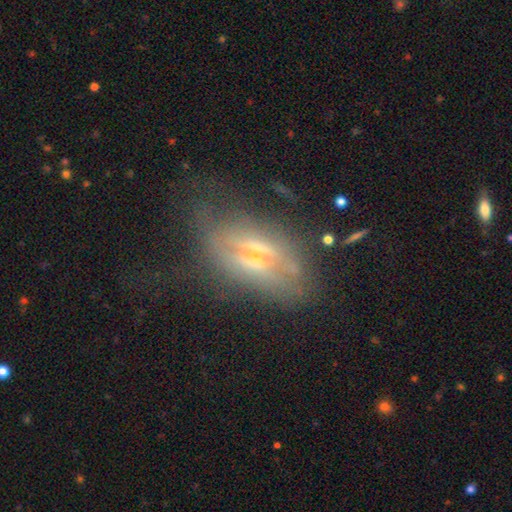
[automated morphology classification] A featured or disk galaxy (58%). Merging: none (46%).